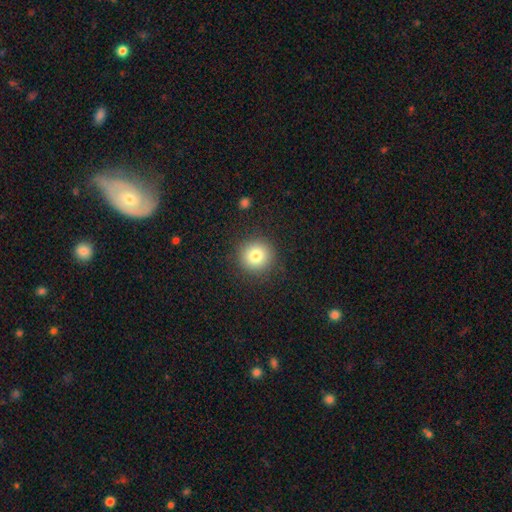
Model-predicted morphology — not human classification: A smooth galaxy with no disk features (80%) that is round (93%). Merging: none (90%).